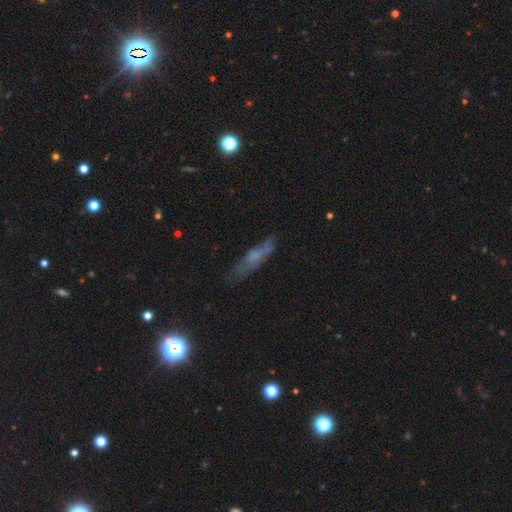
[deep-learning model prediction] smooth 47%, featured or disk 39%, star or artifact 14%. Down the decision tree: merging — none (63%).